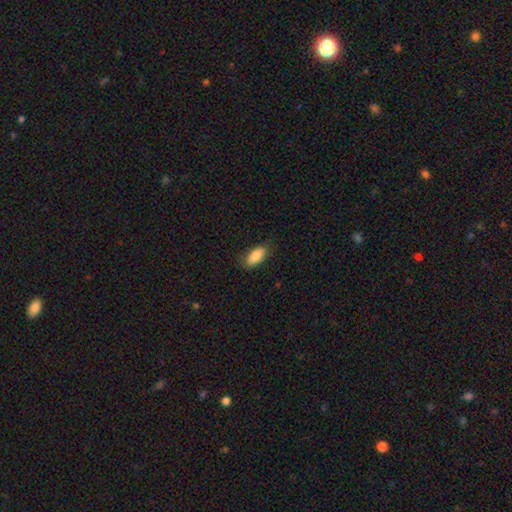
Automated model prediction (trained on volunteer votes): Overall: smooth (86%). How rounded: in between (89%). Merging: none (81%).